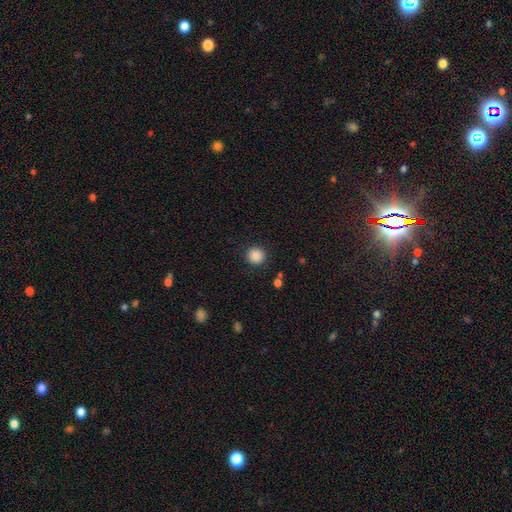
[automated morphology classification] Q: Smooth or featured?
A: smooth (88%); runner-up: star or artifact (10%)
Q: How rounded?
A: round (93%); runner-up: in between (6%)
Q: Merging?
A: none (91%); runner-up: minor disturbance (6%)